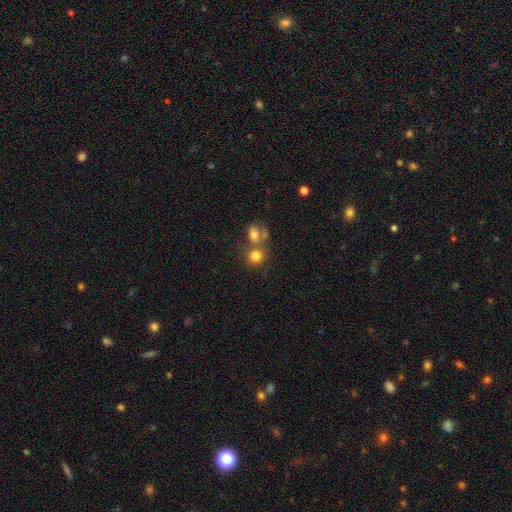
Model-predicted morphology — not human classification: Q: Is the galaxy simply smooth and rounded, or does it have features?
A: smooth — 79%.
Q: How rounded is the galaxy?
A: round — 77%.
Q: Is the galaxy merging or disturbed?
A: none — 46%.